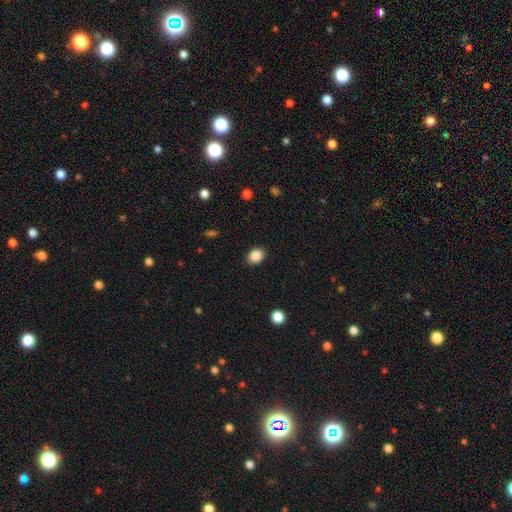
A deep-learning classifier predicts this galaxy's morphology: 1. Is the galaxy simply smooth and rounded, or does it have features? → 87% smooth, 9% star or artifact, 4% featured or disk.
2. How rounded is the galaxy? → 58% in between, 41% round, 1% cigar-shaped.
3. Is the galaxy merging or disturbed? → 89% none, 7% minor disturbance, 2% major disturbance, 1% merger.